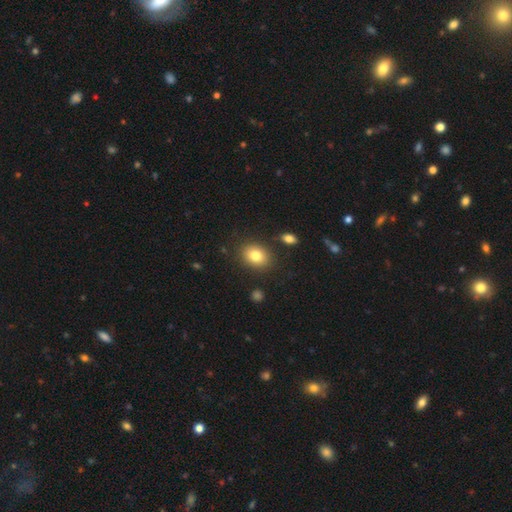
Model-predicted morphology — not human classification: The model was most divided on "how rounded": in between: 58%, round: 41%, cigar-shaped: 1%. More confident: merging — none (85%); smooth or featured — smooth (82%).